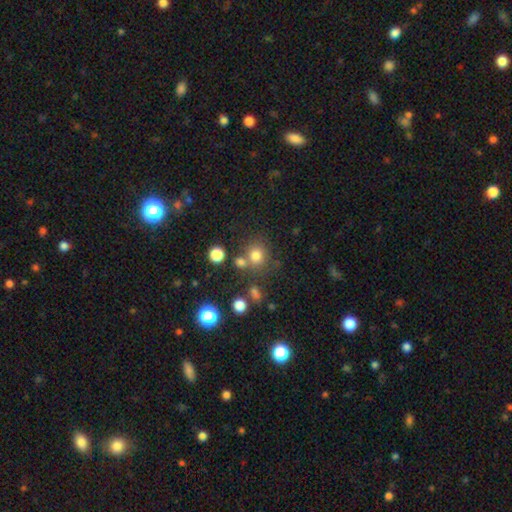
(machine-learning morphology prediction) smooth_or_featured: smooth (p=0.76) [alt: star or artifact p=0.16]
how_rounded: round (p=0.84) [alt: in between p=0.15]
merging: none (p=0.65) [alt: merger p=0.19]